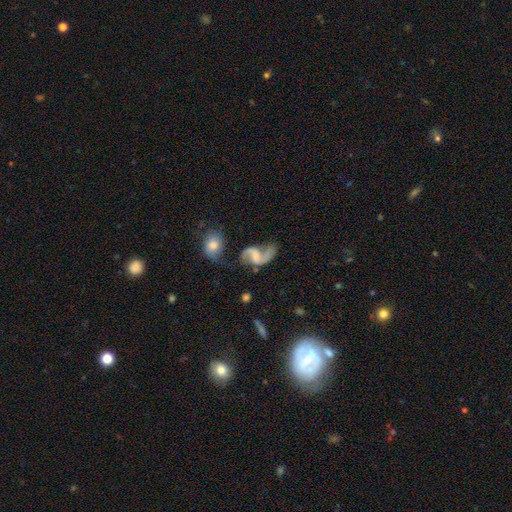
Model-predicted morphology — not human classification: The model was most divided on "bar": weak: 48%, no: 37%, strong: 15%. Remaining: edge-on disk — no (98%); spiral arms — yes (94%); spiral arm count — 2 (90%); smooth or featured — featured or disk (84%); spiral winding — loose (70%); merging — none (54%); bulge size — small (50%).